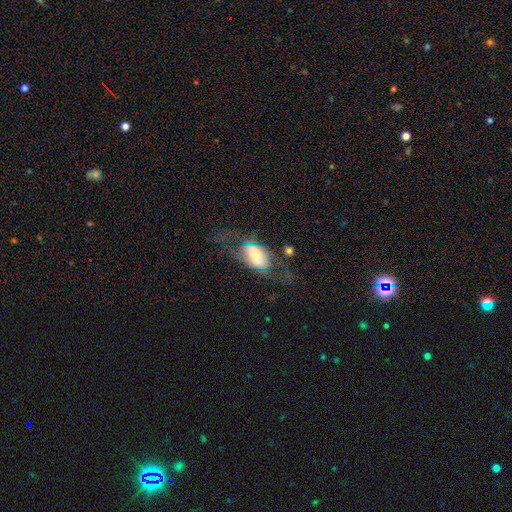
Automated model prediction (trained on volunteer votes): featured or disk 49%, smooth 43%, star or artifact 8%. Down the decision tree: merging — none (42%).